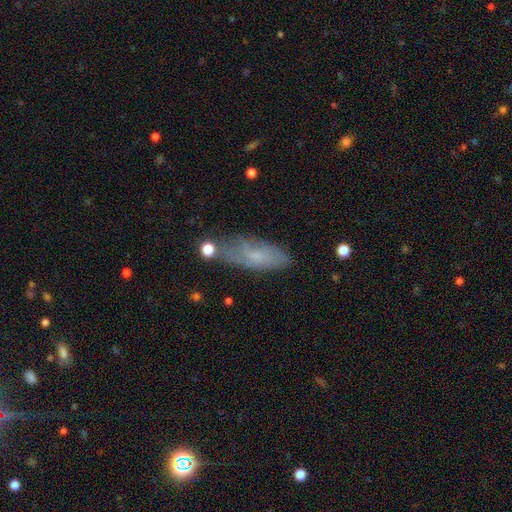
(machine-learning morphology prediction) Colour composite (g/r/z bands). It shows a smooth galaxy with no disk features (57%) that is in between round and cigar-shaped (70%). Merging: none (60%).